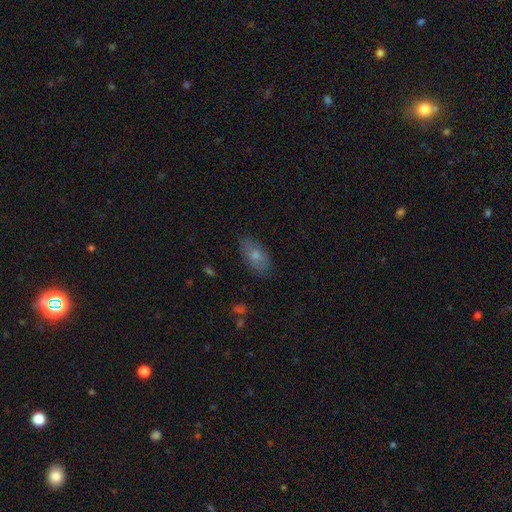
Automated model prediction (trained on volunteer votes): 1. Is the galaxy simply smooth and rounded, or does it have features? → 74% smooth, 18% featured or disk, 8% star or artifact.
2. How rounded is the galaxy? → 90% in between, 5% cigar-shaped, 5% round.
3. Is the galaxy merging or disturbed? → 83% none, 13% minor disturbance, 3% major disturbance, 1% merger.